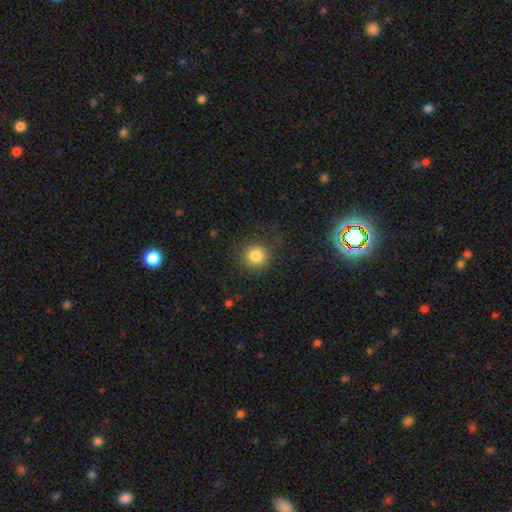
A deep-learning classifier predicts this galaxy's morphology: smooth 84%, star or artifact 11%, featured or disk 5%. Down the decision tree: how rounded — round (93%); merging — none (87%).